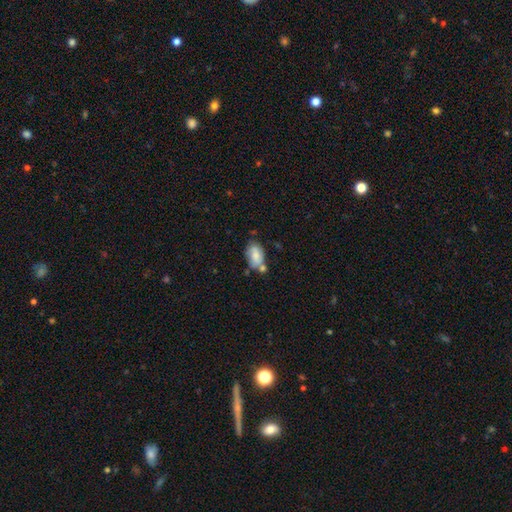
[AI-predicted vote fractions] Smooth or featured?
  - smooth: 72% *
  - featured or disk: 20%
  - star or artifact: 8%
How rounded?
  - in between: 89% *
  - round: 9%
  - cigar-shaped: 2%
Merging?
  - none: 45% *
  - merger: 24%
  - minor disturbance: 24%
  - major disturbance: 7%